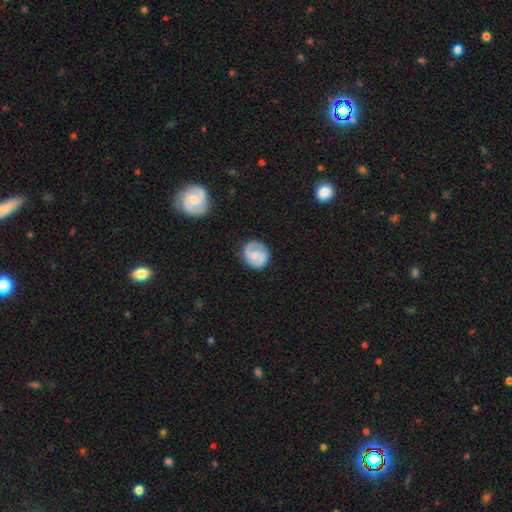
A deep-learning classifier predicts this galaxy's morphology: A featured or disk galaxy (64%) with no bar (50%), 2 (82%) medium (46%) spiral arms (91%) and a small central bulge (44%).

Vote fractions:
- Smooth or featured? featured or disk: 64% / smooth: 30% / star or artifact: 6%
- Edge-on disk? no: 98% / yes: 2%
- Bar? no: 50% / weak: 42% / strong: 8%
- Spiral arms? yes: 91% / no: 9%
- Spiral winding? medium: 46% / tight: 38% / loose: 16%
- Spiral arm count? 2: 82% / can't tell: 8% / 1: 6% / 3: 2% / 4: 1% / more than 4: 1%
- Bulge size? small: 44% / moderate: 37% / none: 15% / large: 3% / dominant: 1%
- Merging? none: 82% / minor disturbance: 13% / major disturbance: 4% / merger: 1%